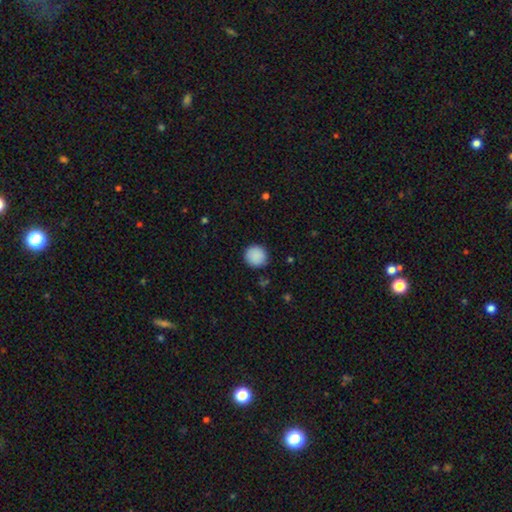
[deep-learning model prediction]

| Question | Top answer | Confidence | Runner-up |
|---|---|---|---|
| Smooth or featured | smooth | 90% | star or artifact (7%) |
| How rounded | round | 93% | in between (6%) |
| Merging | none | 90% | minor disturbance (7%) |